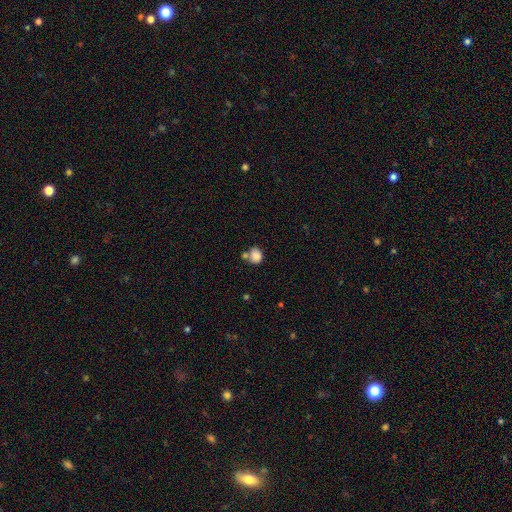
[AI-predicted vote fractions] Q: Smooth or featured?
A: smooth (84%); runner-up: star or artifact (9%)
Q: How rounded?
A: round (66%); runner-up: in between (33%)
Q: Merging?
A: none (46%); runner-up: merger (33%)